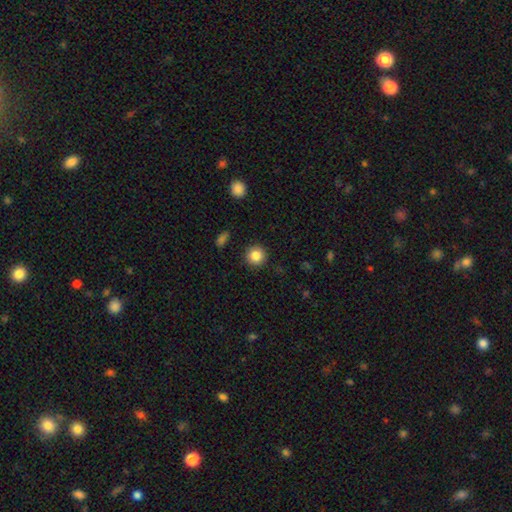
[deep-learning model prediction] Smooth or featured? smooth (85%)
How rounded? round (94%)
Merging? none (91%)